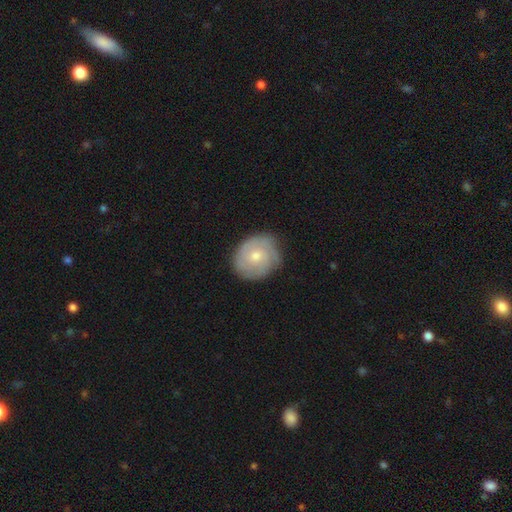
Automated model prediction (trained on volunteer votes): A featured or disk galaxy (53%) with no bar (77%), spiral arms (78%) and a small central bulge (48%, tied with moderate). Merging: none (73%).